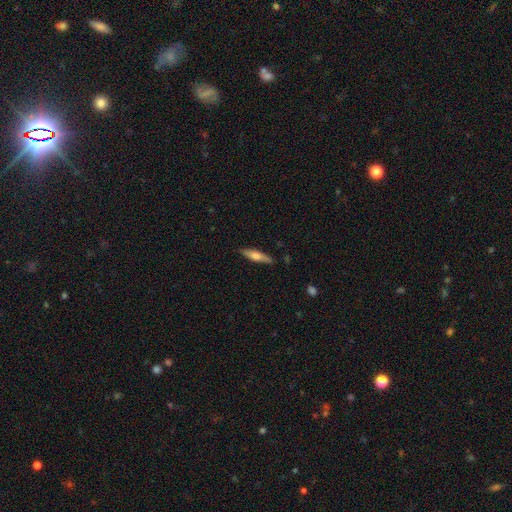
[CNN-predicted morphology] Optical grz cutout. It shows a smooth galaxy with no disk features (51%) that is cigar-shaped (78%). Merging: none (85%).